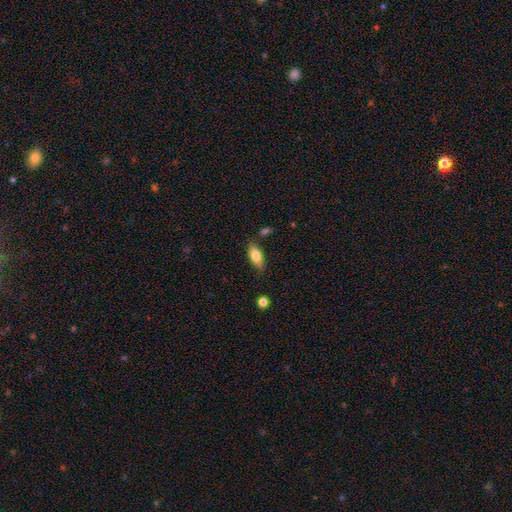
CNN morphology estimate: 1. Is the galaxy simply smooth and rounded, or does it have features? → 73% smooth, 21% featured or disk, 7% star or artifact.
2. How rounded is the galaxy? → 79% in between, 18% cigar-shaped, 3% round.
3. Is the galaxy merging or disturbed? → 76% none, 17% minor disturbance, 4% merger, 4% major disturbance.